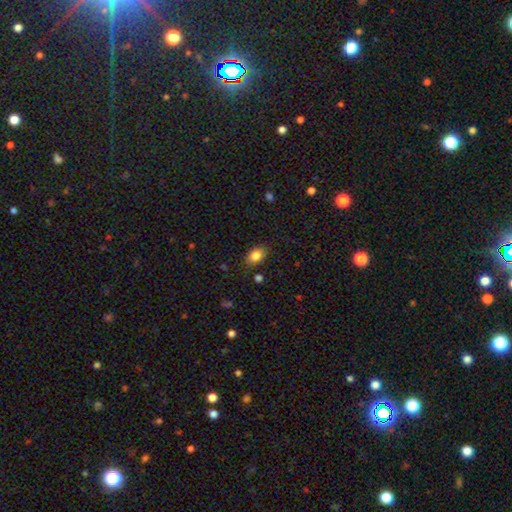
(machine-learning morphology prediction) A smooth galaxy with no disk features (84%) that is in between round and cigar-shaped (78%). Merging: none (82%).